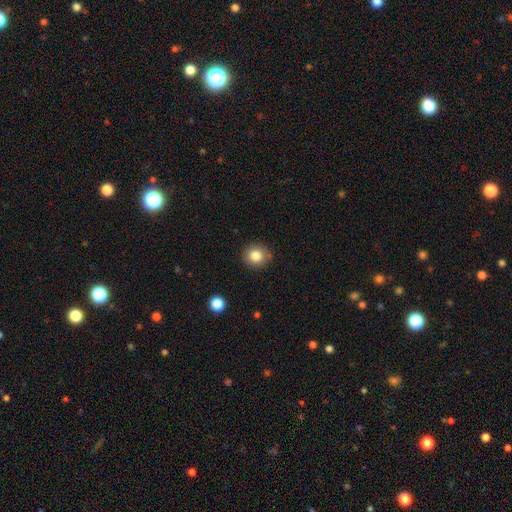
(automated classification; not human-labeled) smooth-or-featured: smooth: 82% | star or artifact: 10% | featured or disk: 8%
  how-rounded: round: 85% | in between: 15% | cigar-shaped: 1%
  merging: none: 87% | minor disturbance: 9% | major disturbance: 2% | merger: 2%